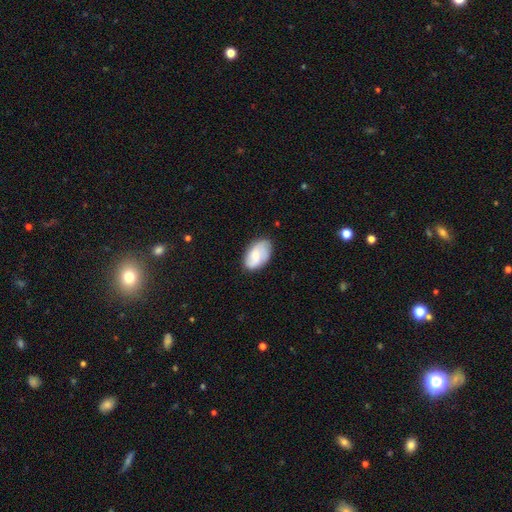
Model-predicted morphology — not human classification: type=smooth (60%); roundness=in between (92%); merging=none (72%).